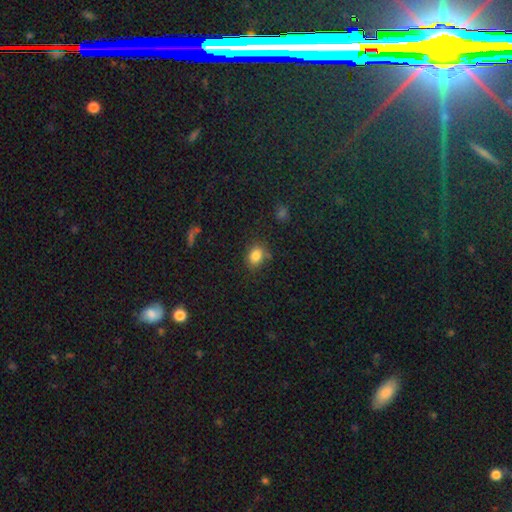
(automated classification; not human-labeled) Smooth or featured?
  - smooth: 83% *
  - star or artifact: 11%
  - featured or disk: 6%
How rounded?
  - in between: 59% *
  - round: 40%
  - cigar-shaped: 1%
Merging?
  - none: 72% *
  - minor disturbance: 18%
  - merger: 5%
  - major disturbance: 5%